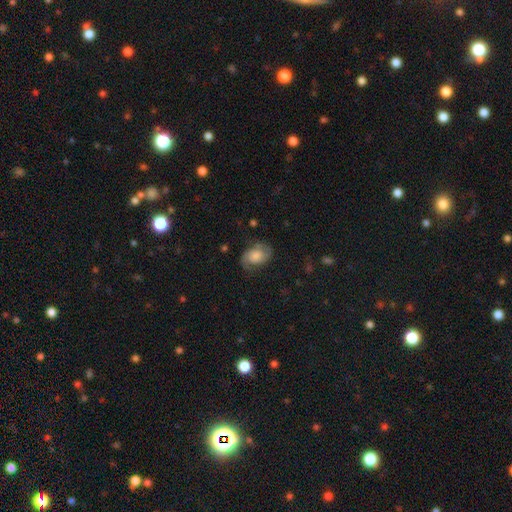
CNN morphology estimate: type=featured or disk (58%); edge-on=no (97%); bar=no (69%); spiral arms=yes (89%); bulge=large (30%); merging=none (68%).